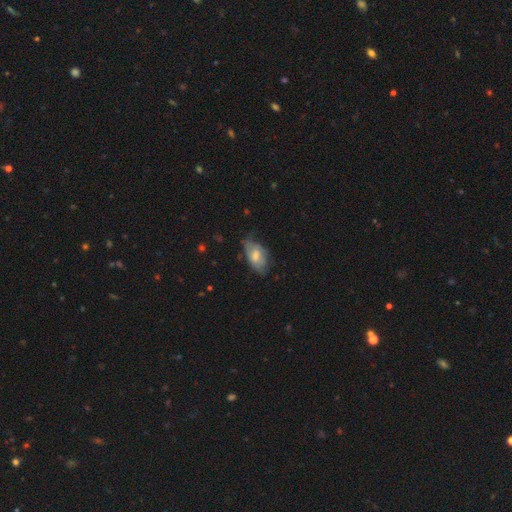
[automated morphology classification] smooth 63%, featured or disk 30%, star or artifact 7%. Down the decision tree: how rounded — in between (91%); merging — none (51%).